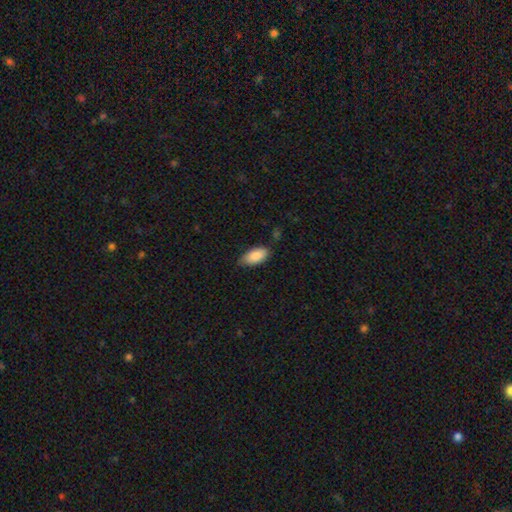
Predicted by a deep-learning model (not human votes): Morphology: type=smooth (87%); roundness=in between (93%); merging=none (72%).